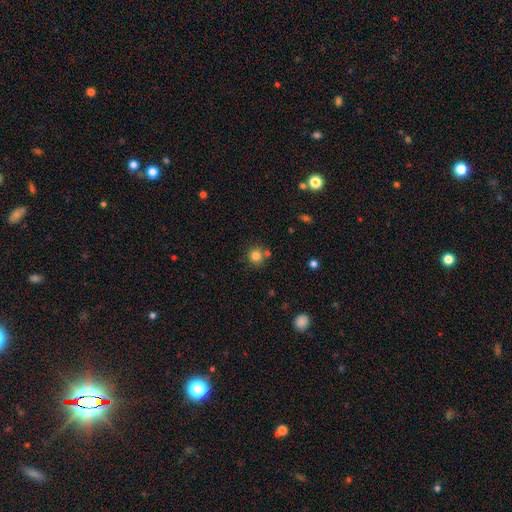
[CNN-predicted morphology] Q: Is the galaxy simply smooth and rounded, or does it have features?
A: smooth — 81%.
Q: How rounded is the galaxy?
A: round — 92%.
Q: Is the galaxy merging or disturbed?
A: none — 75%.